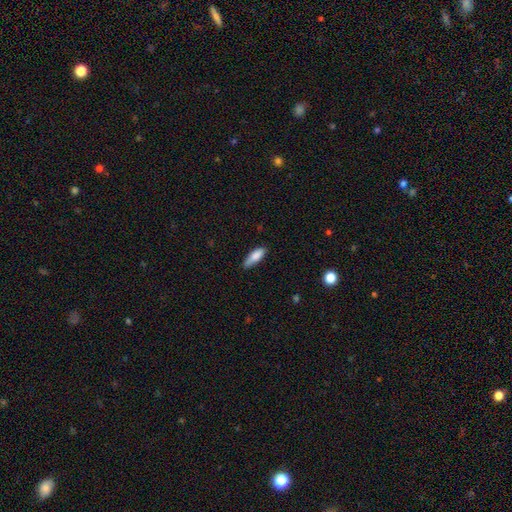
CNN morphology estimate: Smooth or featured? smooth (82%)
How rounded? in between (52%)
Merging? none (72%)